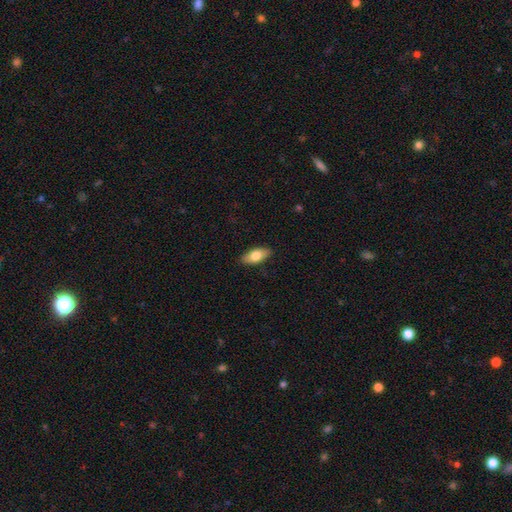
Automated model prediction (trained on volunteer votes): Smooth or featured?
  - smooth: 76% *
  - featured or disk: 18%
  - star or artifact: 6%
How rounded?
  - in between: 84% *
  - cigar-shaped: 13%
  - round: 3%
Merging?
  - none: 88% *
  - minor disturbance: 9%
  - major disturbance: 2%
  - merger: 1%